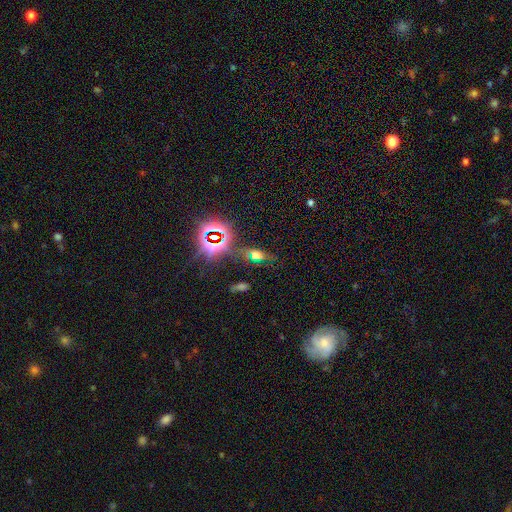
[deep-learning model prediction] star or artifact 44%, smooth 38%, featured or disk 18%.